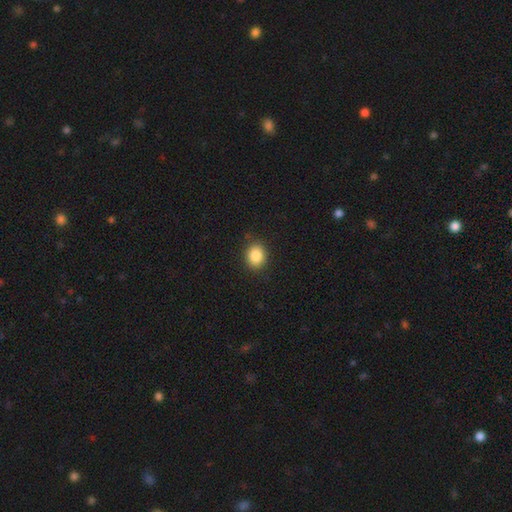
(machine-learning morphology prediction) A smooth galaxy with no disk features (86%) that is round (55%). Merging: none (87%).